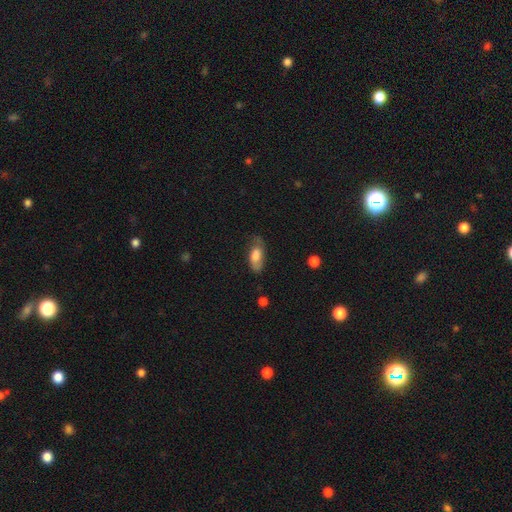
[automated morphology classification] Q: Smooth or featured?
A: smooth (65%); runner-up: featured or disk (27%)
Q: How rounded?
A: in between (80%); runner-up: cigar-shaped (16%)
Q: Merging?
A: none (56%); runner-up: minor disturbance (29%)